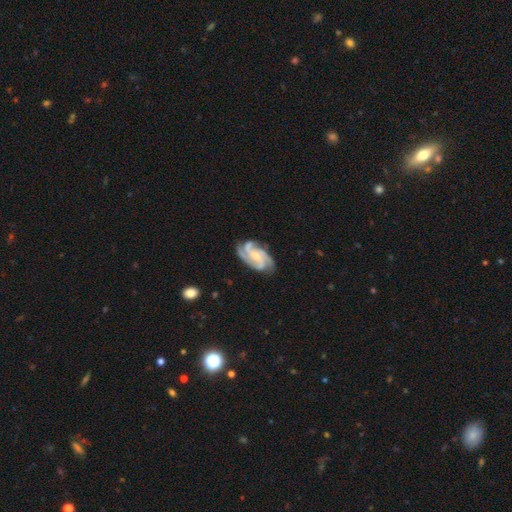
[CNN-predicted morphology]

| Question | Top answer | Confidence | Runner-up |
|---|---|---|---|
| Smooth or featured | featured or disk | 89% | smooth (6%) |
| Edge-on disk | no | 98% | yes (2%) |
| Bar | no | 56% | weak (33%) |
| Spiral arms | yes | 98% | no (2%) |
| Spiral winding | tight | 49% | medium (43%) |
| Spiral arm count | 3 | 52% | 4 (23%) |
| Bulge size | small | 62% | moderate (30%) |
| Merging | none | 75% | minor disturbance (17%) |